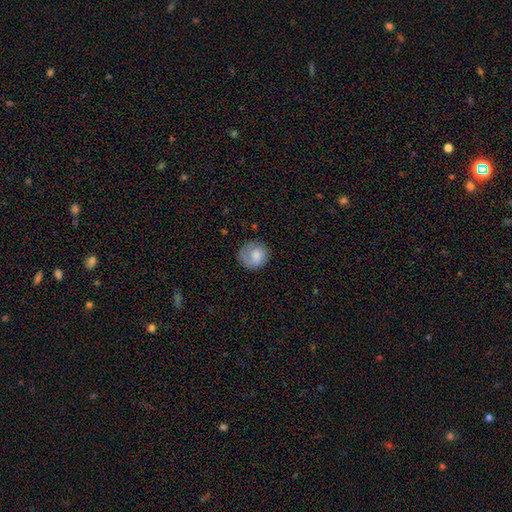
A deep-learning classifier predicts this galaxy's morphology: A smooth galaxy with no disk features (75%) that is round (87%). Merging: none (70%).